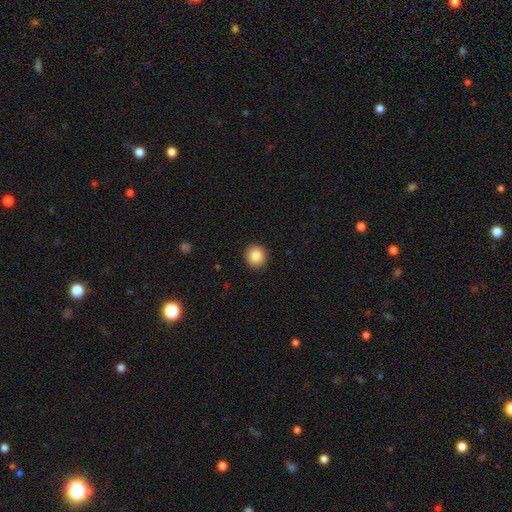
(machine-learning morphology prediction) This is clearly a smooth galaxy (84%). How rounded: clearly round (89%). Merging: clearly none (92%).